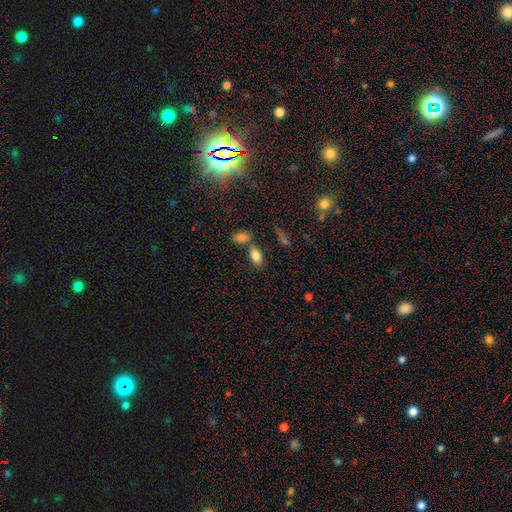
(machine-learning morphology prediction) A smooth galaxy with no disk features (81%) that is in between round and cigar-shaped (90%).

Vote fractions:
- Smooth or featured? smooth: 81% / featured or disk: 10% / star or artifact: 9%
- How rounded? in between: 90% / round: 6% / cigar-shaped: 4%
- Merging? none: 60% / merger: 24% / minor disturbance: 12% / major disturbance: 4%